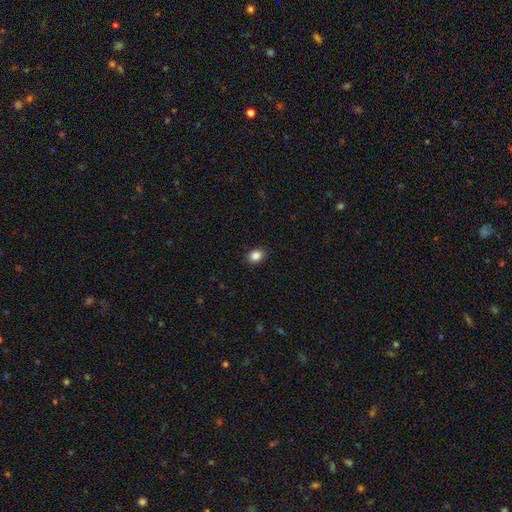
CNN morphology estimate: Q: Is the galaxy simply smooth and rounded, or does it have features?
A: smooth — 86%.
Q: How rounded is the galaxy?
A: in between — 59%.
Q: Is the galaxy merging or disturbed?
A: none — 90%.